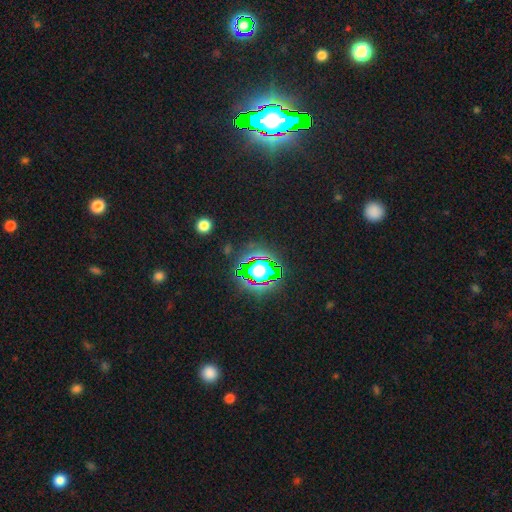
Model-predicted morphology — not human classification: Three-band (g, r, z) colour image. It shows a star or artifact, not a galaxy (83%).